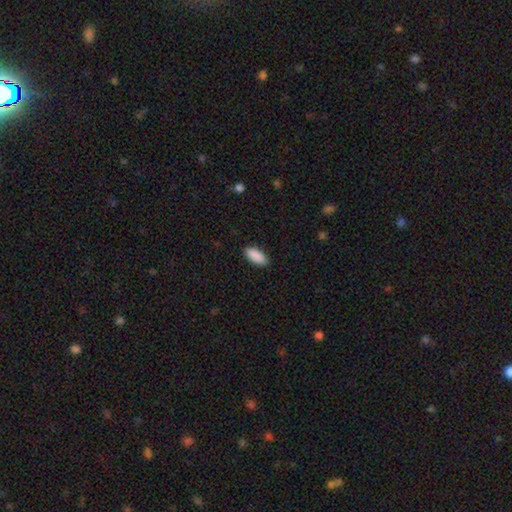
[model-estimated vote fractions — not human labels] This appears to be a smooth galaxy with no disk features (91%) that is in between round and cigar-shaped (82%). Merging: none (89%).